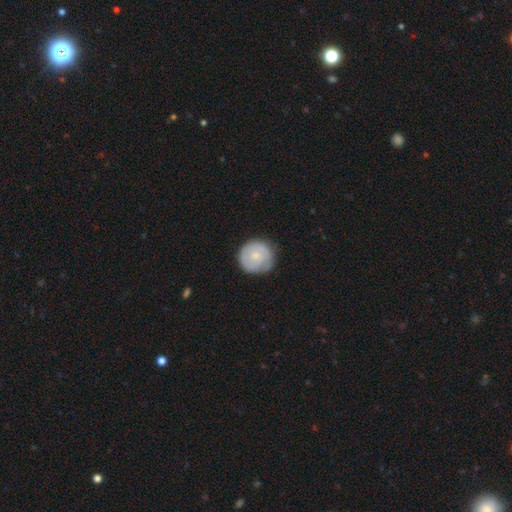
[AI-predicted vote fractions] smooth 59%, featured or disk 36%, star or artifact 6%. Down the decision tree: how rounded — round (92%); merging — none (79%).